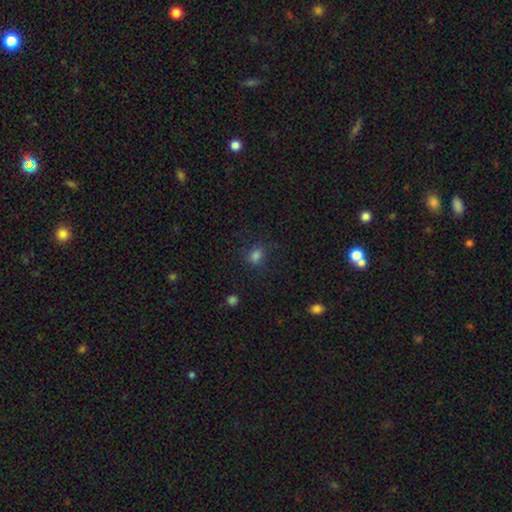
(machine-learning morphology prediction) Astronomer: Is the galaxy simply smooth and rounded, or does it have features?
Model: smooth — 78%.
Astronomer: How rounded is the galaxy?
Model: round — 58% (runner-up: in between, 41%).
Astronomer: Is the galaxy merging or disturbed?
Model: none — 76%.